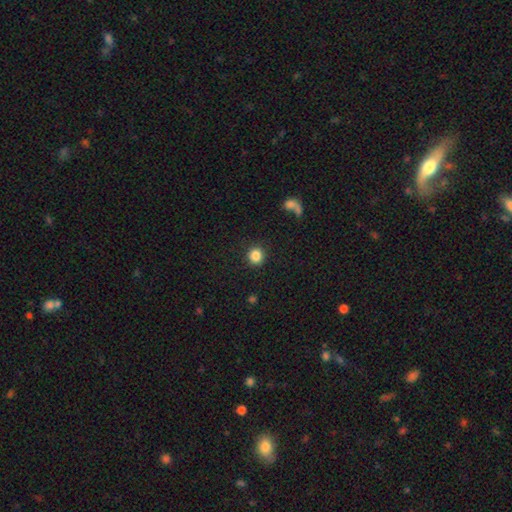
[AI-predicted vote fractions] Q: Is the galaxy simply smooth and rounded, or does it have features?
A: smooth — 86%.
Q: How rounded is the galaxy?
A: round — 90%.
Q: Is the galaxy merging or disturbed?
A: none — 90%.